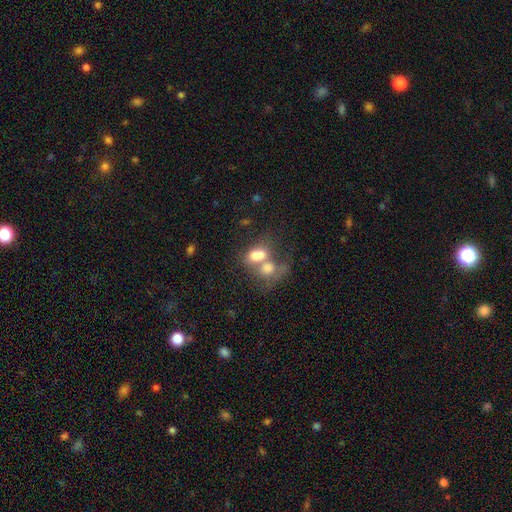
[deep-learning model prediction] Smooth or featured? smooth (67%)
How rounded? in between (70%)
Merging? merger (70%)